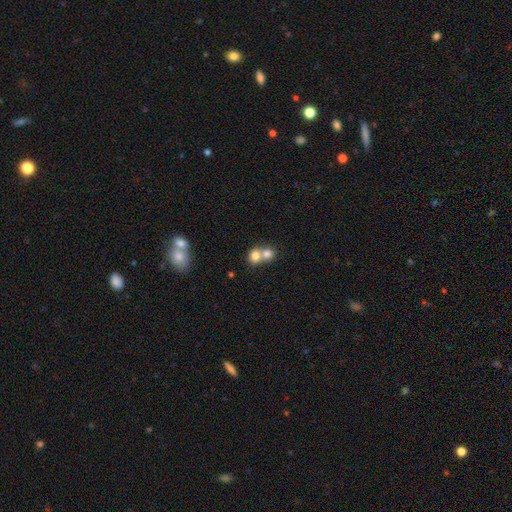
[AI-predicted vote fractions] A smooth galaxy with no disk features (77%) that is round (74%). Merging: merger (64%).